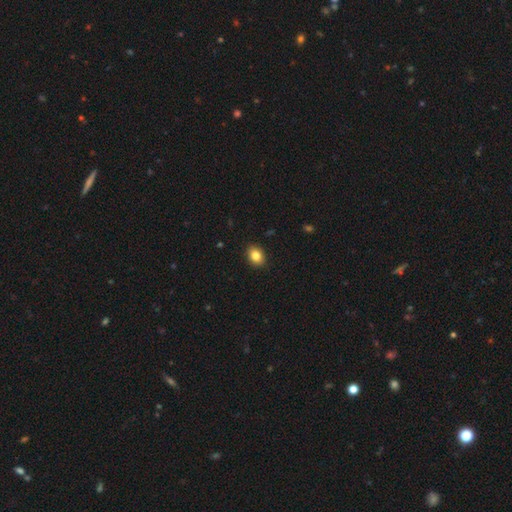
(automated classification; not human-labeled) smooth_or_featured: smooth (p=0.84) [alt: star or artifact p=0.09]
how_rounded: in between (p=0.67) [alt: round p=0.32]
merging: none (p=0.90) [alt: minor disturbance p=0.07]